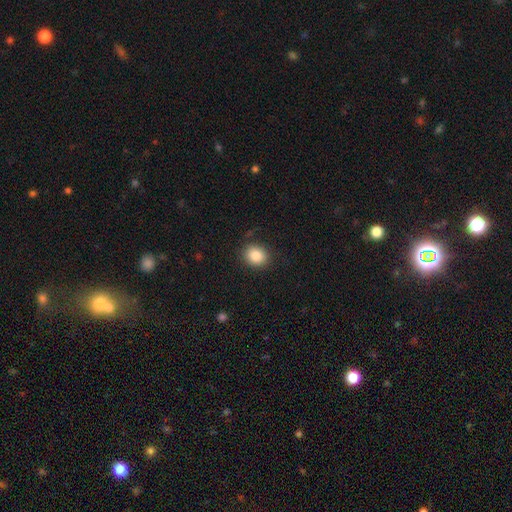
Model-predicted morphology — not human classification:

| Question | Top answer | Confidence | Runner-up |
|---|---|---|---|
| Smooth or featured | smooth | 86% | star or artifact (9%) |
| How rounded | round | 67% | in between (32%) |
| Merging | none | 85% | minor disturbance (10%) |